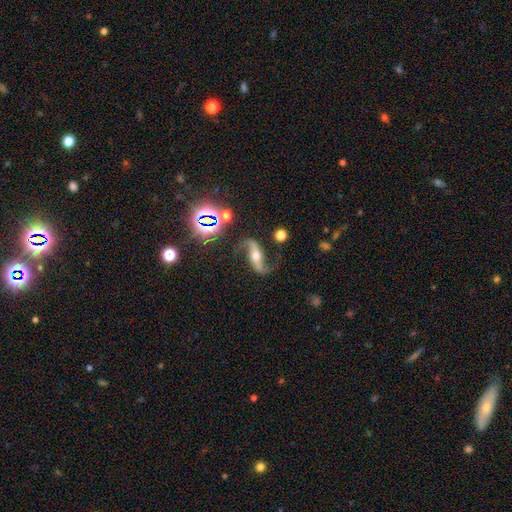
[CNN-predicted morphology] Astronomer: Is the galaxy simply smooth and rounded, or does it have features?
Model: featured or disk — 84%.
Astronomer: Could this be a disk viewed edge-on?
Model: no — 90%.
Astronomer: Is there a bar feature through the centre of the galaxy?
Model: strong — 41% (runner-up: no, 37%).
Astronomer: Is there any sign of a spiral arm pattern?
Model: yes — 95%.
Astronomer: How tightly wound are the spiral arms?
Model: loose — 88%.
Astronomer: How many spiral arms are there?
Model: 2 — 93%.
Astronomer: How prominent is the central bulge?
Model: moderate — 64%.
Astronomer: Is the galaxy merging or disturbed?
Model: none — 77%.